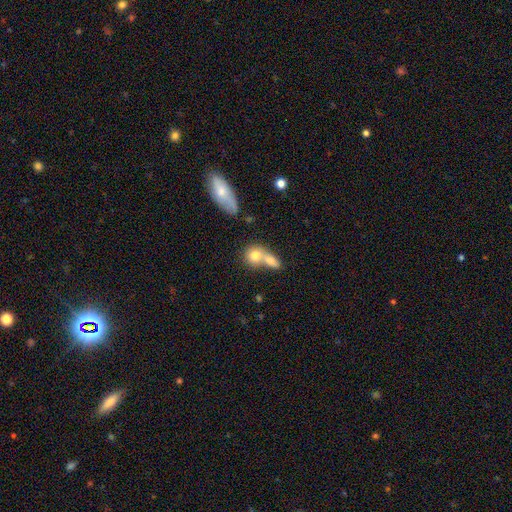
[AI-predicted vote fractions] Smooth or featured? smooth (75%)
How rounded? round (67%)
Merging? merger (64%)